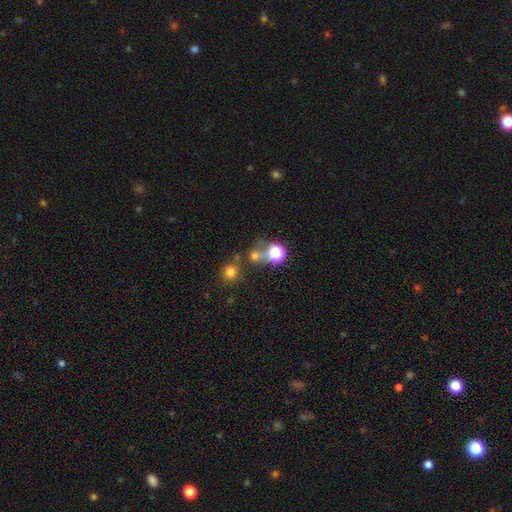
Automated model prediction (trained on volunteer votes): smooth-or-featured: smooth: 58% | star or artifact: 32% | featured or disk: 10%
  how-rounded: round: 86% | in between: 13% | cigar-shaped: 1%
  merging: none: 58% | merger: 27% | minor disturbance: 8% | major disturbance: 6%